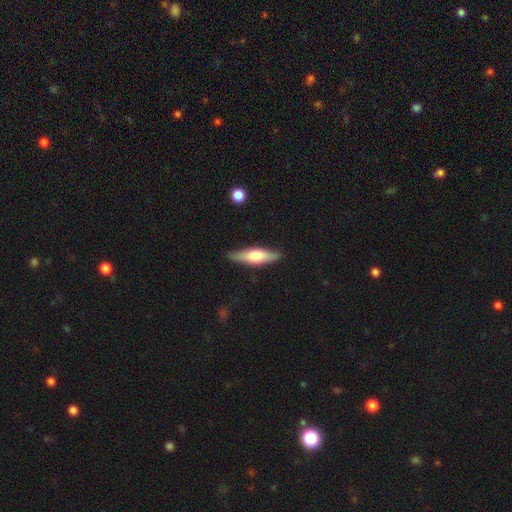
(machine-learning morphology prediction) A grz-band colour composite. It shows a smooth galaxy with no disk features (48%). Merging: none (86%).